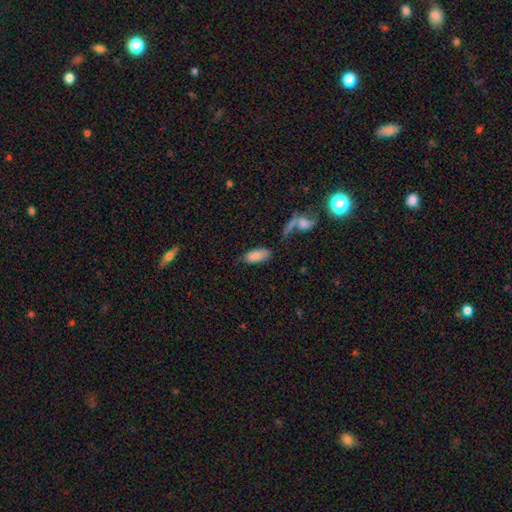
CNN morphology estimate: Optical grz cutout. It shows a smooth galaxy with no disk features (84%) that is in between round and cigar-shaped (90%). Merging: none (64%).